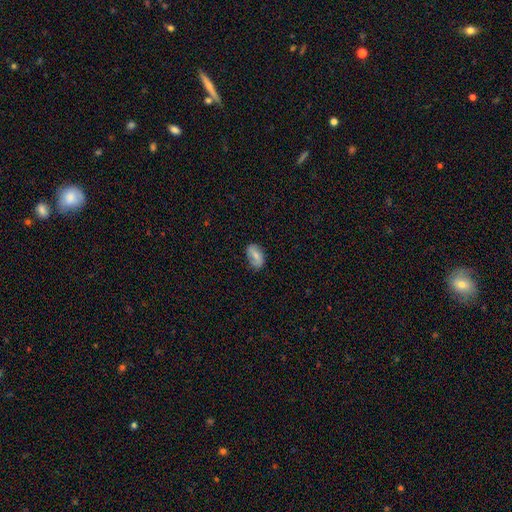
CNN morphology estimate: A smooth galaxy with no disk features (68%) that is in between round and cigar-shaped (90%).

Vote fractions:
- Smooth or featured? smooth: 68% / featured or disk: 24% / star or artifact: 8%
- How rounded? in between: 90% / round: 7% / cigar-shaped: 3%
- Merging? none: 71% / minor disturbance: 23% / major disturbance: 5% / merger: 2%